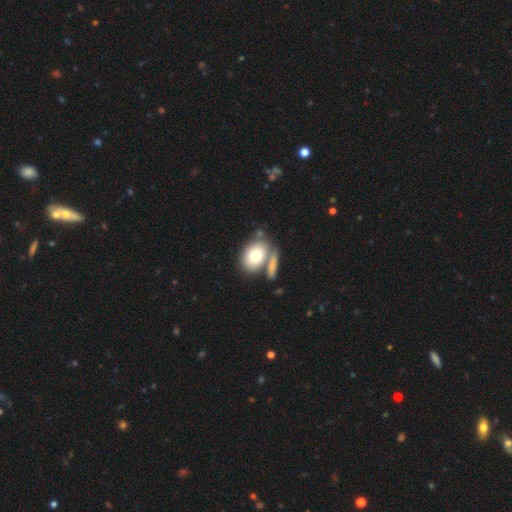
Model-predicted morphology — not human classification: Smooth or featured? smooth (76%)
How rounded? in between (72%)
Merging? none (50%)